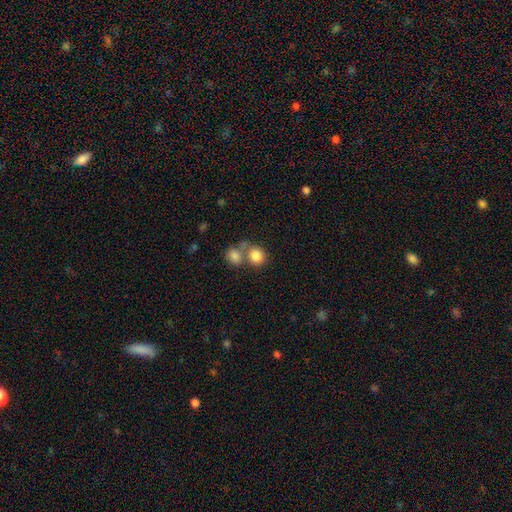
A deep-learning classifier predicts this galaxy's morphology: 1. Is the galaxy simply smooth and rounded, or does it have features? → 83% smooth, 9% star or artifact, 8% featured or disk.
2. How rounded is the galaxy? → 73% round, 27% in between, 1% cigar-shaped.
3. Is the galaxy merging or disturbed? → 45% merger, 43% none, 8% minor disturbance, 4% major disturbance.